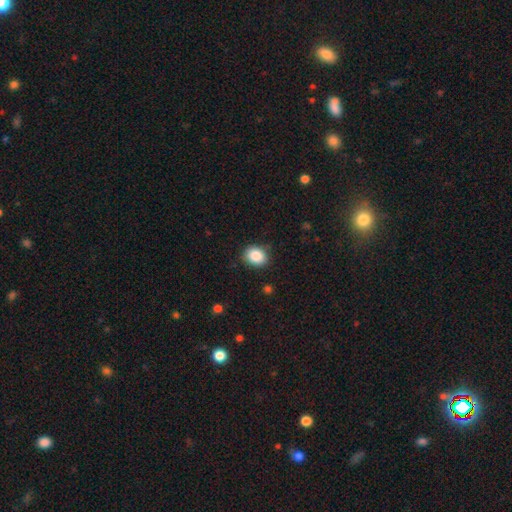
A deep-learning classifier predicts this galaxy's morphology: smooth-or-featured: smooth: 87% | star or artifact: 8% | featured or disk: 4%
  how-rounded: round: 55% | in between: 44% | cigar-shaped: 1%
  merging: none: 85% | minor disturbance: 11% | major disturbance: 3% | merger: 1%